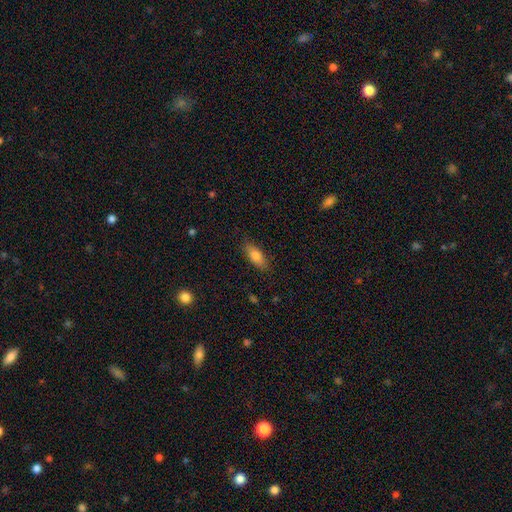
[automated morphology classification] A smooth galaxy with no disk features (79%) that is in between round and cigar-shaped (79%).

Vote fractions:
- Smooth or featured? smooth: 79% / featured or disk: 14% / star or artifact: 7%
- How rounded? in between: 79% / cigar-shaped: 18% / round: 3%
- Merging? none: 83% / minor disturbance: 13% / major disturbance: 3% / merger: 1%